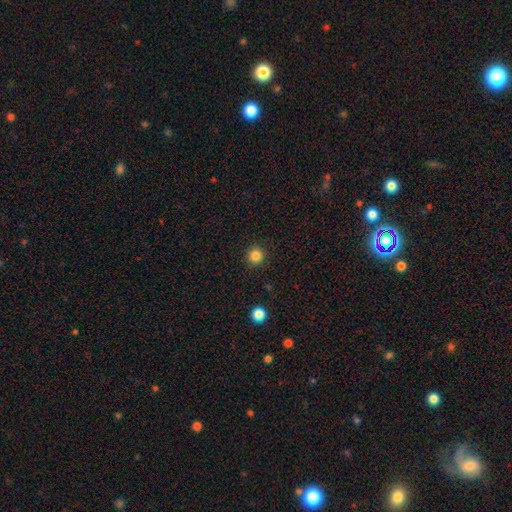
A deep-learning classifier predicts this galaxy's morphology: Smooth or featured?
  - smooth: 84% *
  - star or artifact: 12%
  - featured or disk: 4%
How rounded?
  - round: 94% *
  - in between: 5%
  - cigar-shaped: 1%
Merging?
  - none: 91% *
  - minor disturbance: 5%
  - major disturbance: 2%
  - merger: 1%